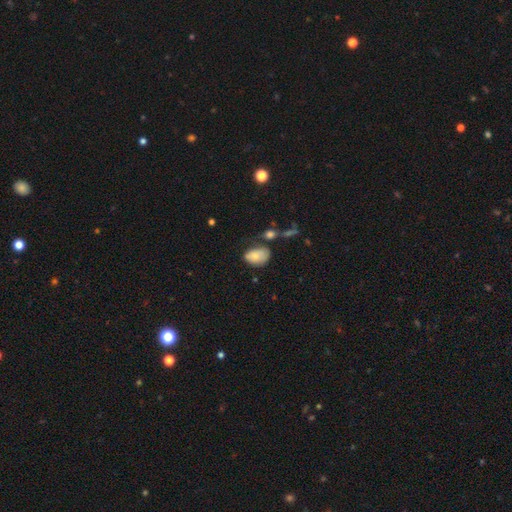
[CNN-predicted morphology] A smooth galaxy with no disk features (80%) that is in between round and cigar-shaped (86%).

Vote fractions:
- Smooth or featured? smooth: 80% / featured or disk: 12% / star or artifact: 8%
- How rounded? in between: 86% / round: 13% / cigar-shaped: 1%
- Merging? none: 49% / minor disturbance: 29% / major disturbance: 12% / merger: 10%